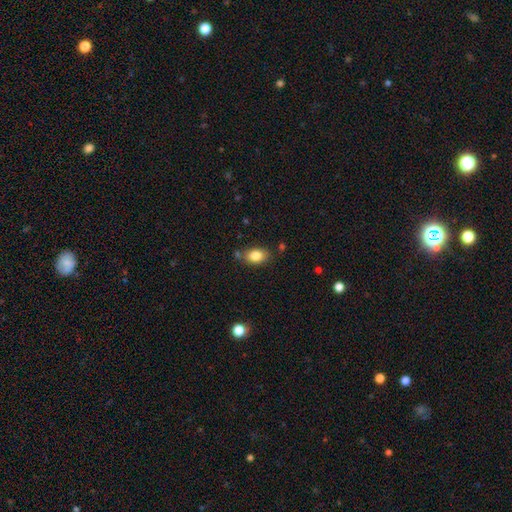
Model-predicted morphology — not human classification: This appears to be a smooth galaxy with no disk features (84%) that is in between round and cigar-shaped (83%). Merging: none (76%).